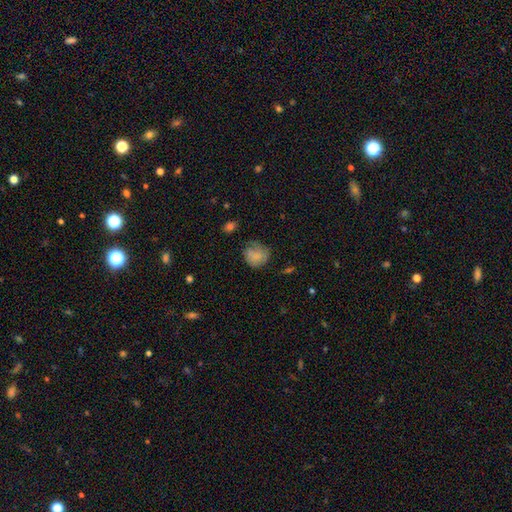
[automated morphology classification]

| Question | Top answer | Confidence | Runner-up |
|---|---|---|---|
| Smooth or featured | smooth | 71% | featured or disk (19%) |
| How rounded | round | 75% | in between (24%) |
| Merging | none | 54% | minor disturbance (29%) |